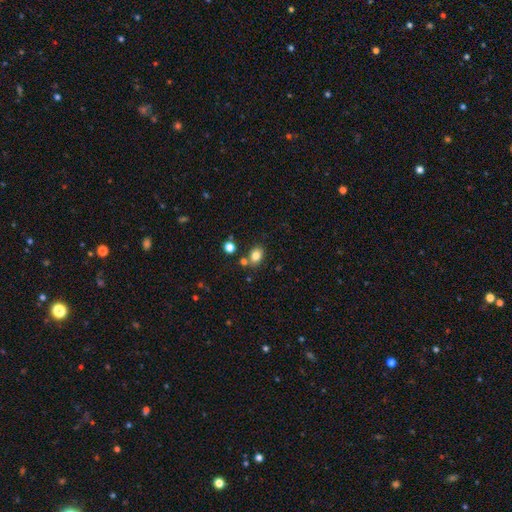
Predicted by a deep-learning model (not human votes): Smooth or featured?
  - smooth: 81% *
  - star or artifact: 11%
  - featured or disk: 7%
How rounded?
  - in between: 63% *
  - round: 36%
  - cigar-shaped: 1%
Merging?
  - none: 71% *
  - merger: 14%
  - minor disturbance: 12%
  - major disturbance: 3%